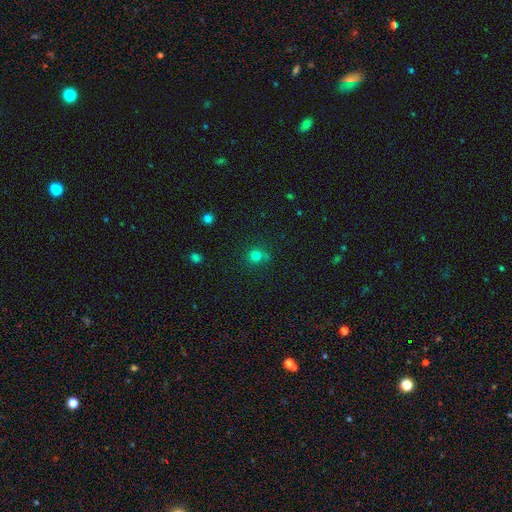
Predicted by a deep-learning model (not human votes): smooth_or_featured: smooth (p=0.77) [alt: star or artifact p=0.17]
how_rounded: round (p=0.88) [alt: in between p=0.11]
merging: none (p=0.72) [alt: minor disturbance p=0.16]